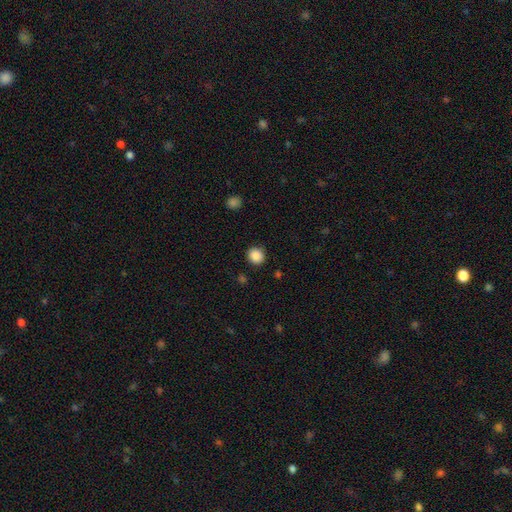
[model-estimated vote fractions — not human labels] This appears to be a smooth galaxy with no disk features (88%) that is round (87%). Merging: none (89%).